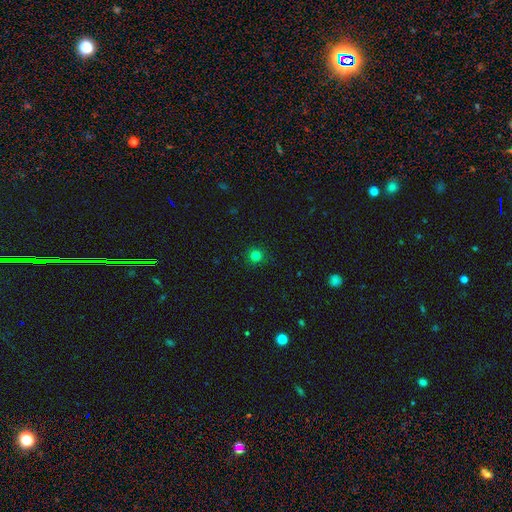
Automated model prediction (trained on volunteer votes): Overall: smooth (79%). How rounded: round (94%). Merging: none (91%).